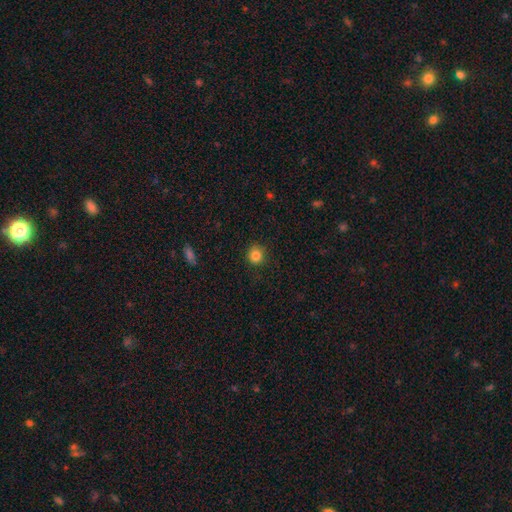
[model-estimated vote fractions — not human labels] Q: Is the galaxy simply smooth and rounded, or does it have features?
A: smooth — 84%.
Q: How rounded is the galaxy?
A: round — 89%.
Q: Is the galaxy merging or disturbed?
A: none — 88%.